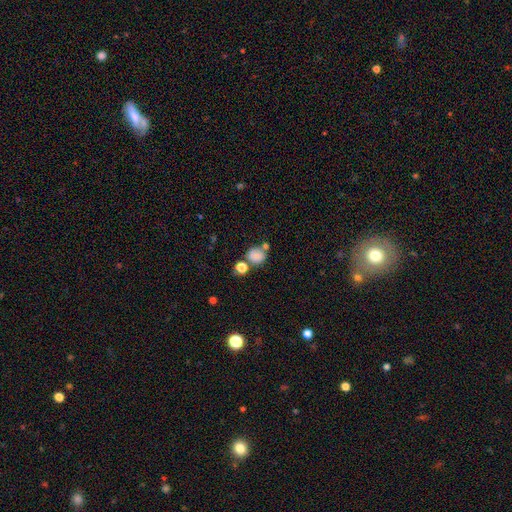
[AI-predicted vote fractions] The model was most divided on "merging": none: 56%, merger: 23%, minor disturbance: 15%, major disturbance: 6%. More confident: smooth or featured — smooth (80%); how rounded — round (73%).